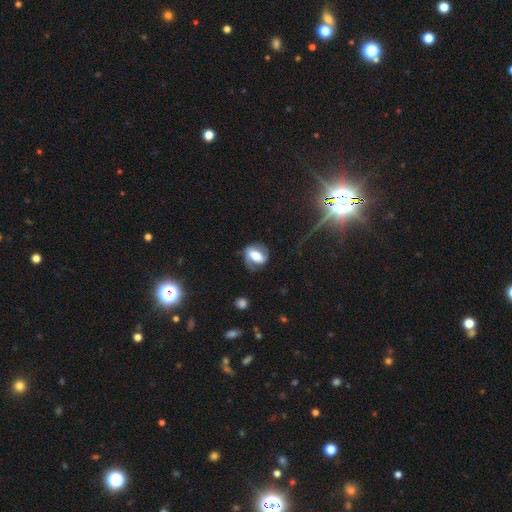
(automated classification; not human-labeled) The model was most divided on "smooth or featured": featured or disk: 54%, smooth: 37%, star or artifact: 9%. More confident: edge-on disk — no (92%); merging — none (68%).